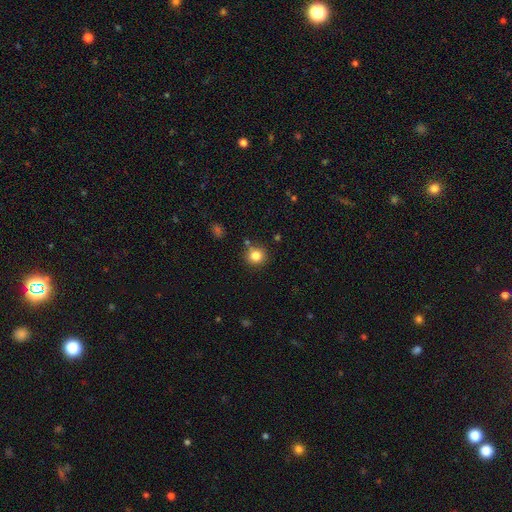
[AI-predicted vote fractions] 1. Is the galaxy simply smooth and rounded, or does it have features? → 82% smooth, 12% star or artifact, 6% featured or disk.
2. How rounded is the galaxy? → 91% round, 9% in between, 1% cigar-shaped.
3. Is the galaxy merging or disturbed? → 83% none, 9% minor disturbance, 6% merger, 3% major disturbance.